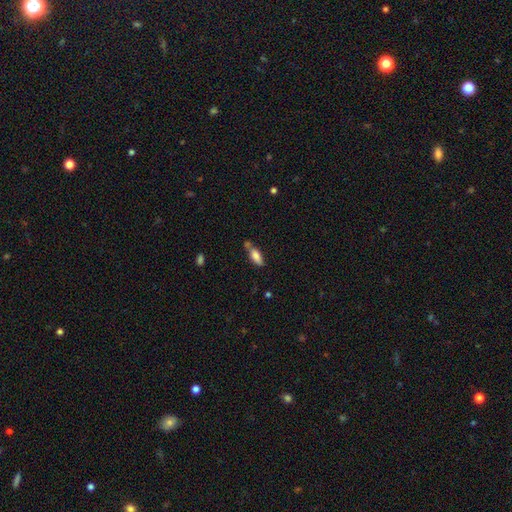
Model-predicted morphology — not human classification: Smooth or featured?
  - smooth: 77% *
  - featured or disk: 15%
  - star or artifact: 8%
How rounded?
  - in between: 74% *
  - cigar-shaped: 24%
  - round: 2%
Merging?
  - none: 52% *
  - merger: 22%
  - minor disturbance: 20%
  - major disturbance: 6%